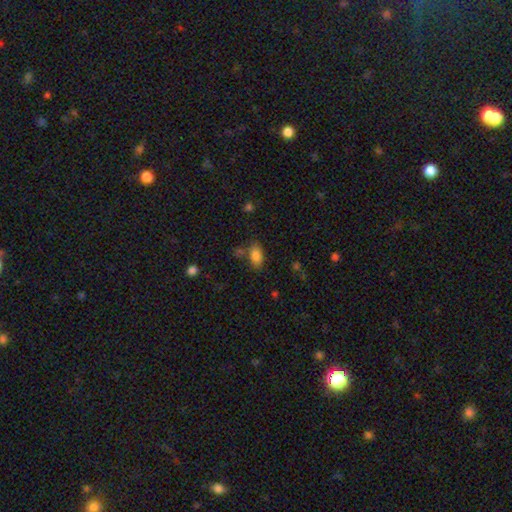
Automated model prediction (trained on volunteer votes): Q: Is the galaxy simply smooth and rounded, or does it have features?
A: smooth — 83%.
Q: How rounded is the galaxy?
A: in between — 90%.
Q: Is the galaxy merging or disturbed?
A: none — 67%.